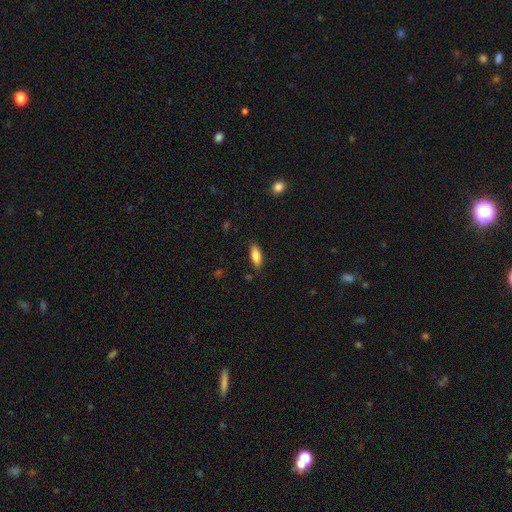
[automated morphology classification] Smooth or featured?
  - smooth: 83% *
  - featured or disk: 11%
  - star or artifact: 7%
How rounded?
  - in between: 73% *
  - cigar-shaped: 25%
  - round: 2%
Merging?
  - none: 86% *
  - minor disturbance: 10%
  - major disturbance: 2%
  - merger: 1%